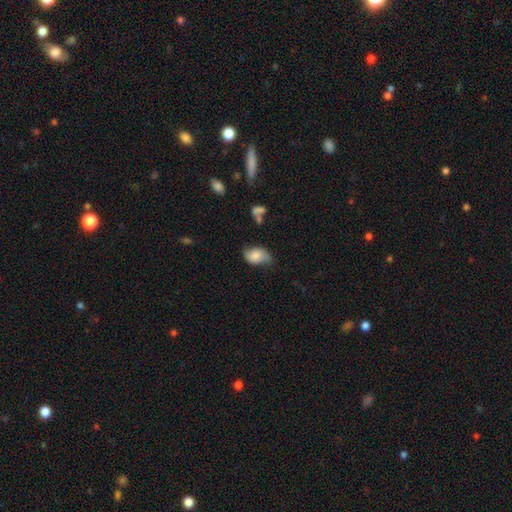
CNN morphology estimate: A smooth galaxy with no disk features (73%) that is in between round and cigar-shaped (87%). Merging: none (49%).